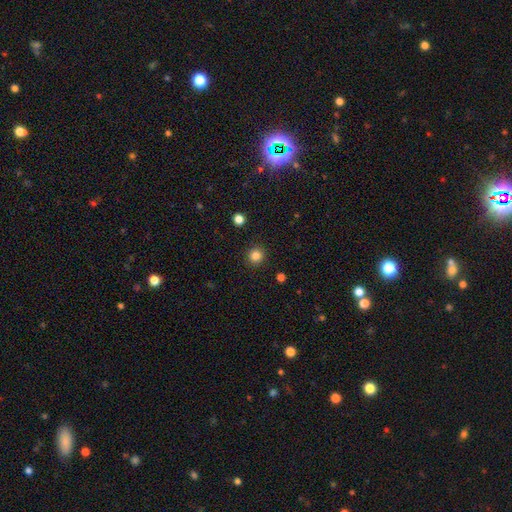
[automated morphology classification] type=smooth (83%); roundness=round (93%); merging=none (92%).